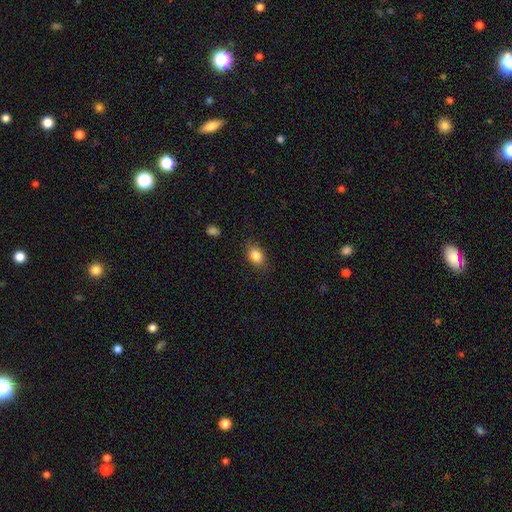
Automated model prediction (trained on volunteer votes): smooth 84%, star or artifact 9%, featured or disk 7%. Down the decision tree: how rounded — in between (73%); merging — none (83%).